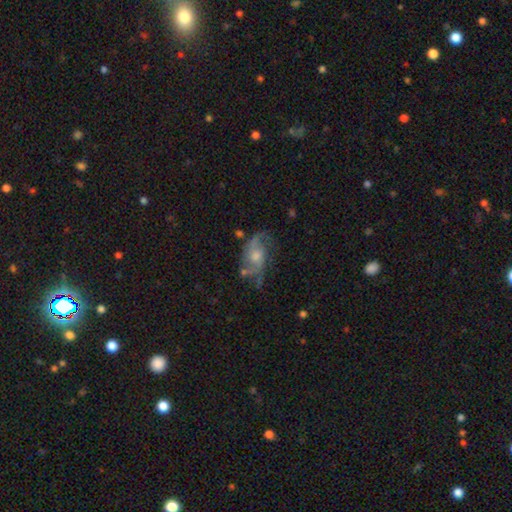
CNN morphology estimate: Smooth or featured?
  - featured or disk: 80% *
  - smooth: 11%
  - star or artifact: 9%
Edge-on disk?
  - no: 95% *
  - yes: 5%
Bar?
  - no: 67% *
  - weak: 28%
  - strong: 5%
Spiral arms?
  - yes: 93% *
  - no: 7%
Spiral winding?
  - medium: 44% *
  - loose: 41%
  - tight: 15%
Spiral arm count?
  - 2: 65% *
  - 3: 12%
  - can't tell: 12%
  - 1: 4%
  - 4: 3%
  - more than 4: 3%
Bulge size?
  - moderate: 56% *
  - small: 30%
  - large: 8%
  - none: 5%
  - dominant: 1%
Merging?
  - none: 62% *
  - minor disturbance: 21%
  - major disturbance: 14%
  - merger: 3%